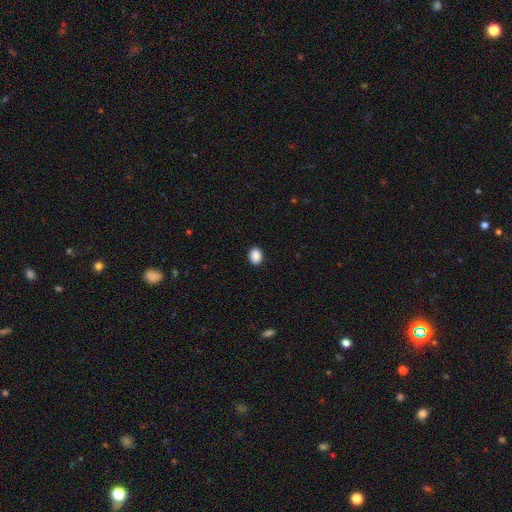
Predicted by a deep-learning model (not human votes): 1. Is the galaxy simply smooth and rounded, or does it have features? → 90% smooth, 8% star or artifact, 2% featured or disk.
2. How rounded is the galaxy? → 58% in between, 41% round, 1% cigar-shaped.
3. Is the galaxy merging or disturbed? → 91% none, 6% minor disturbance, 2% major disturbance, 1% merger.